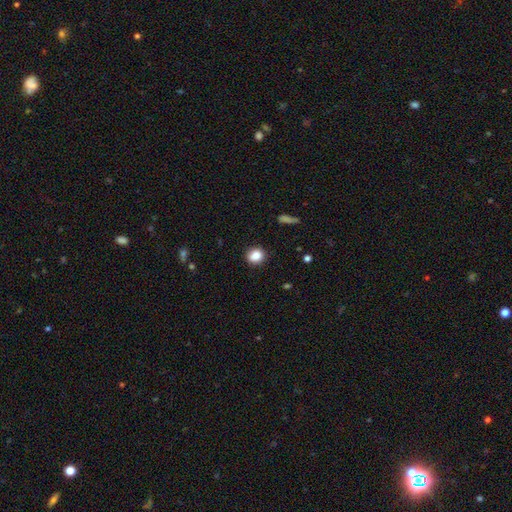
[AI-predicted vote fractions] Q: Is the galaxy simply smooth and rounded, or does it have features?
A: smooth — 86%.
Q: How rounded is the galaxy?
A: round — 75%.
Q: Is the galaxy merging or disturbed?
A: none — 88%.